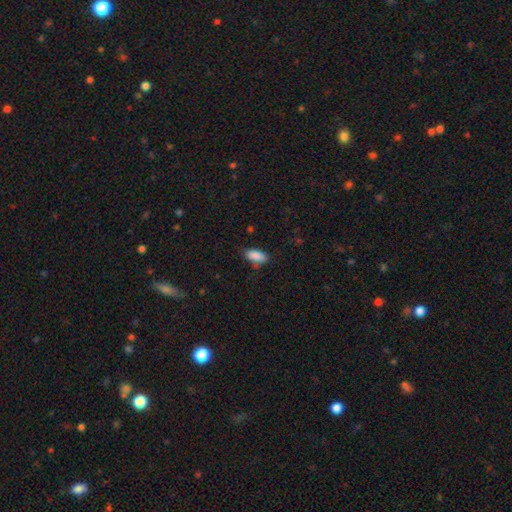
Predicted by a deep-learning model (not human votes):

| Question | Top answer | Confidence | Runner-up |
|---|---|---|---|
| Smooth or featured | smooth | 87% | star or artifact (7%) |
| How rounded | in between | 86% | cigar-shaped (12%) |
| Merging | none | 72% | minor disturbance (21%) |